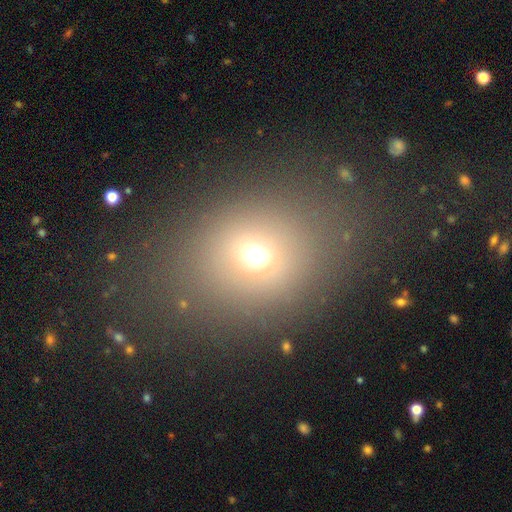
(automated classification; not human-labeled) Smooth or featured?
  - smooth: 65% *
  - star or artifact: 21%
  - featured or disk: 14%
How rounded?
  - round: 53% *
  - in between: 46%
  - cigar-shaped: 2%
Merging?
  - none: 78% *
  - minor disturbance: 11%
  - major disturbance: 7%
  - merger: 3%